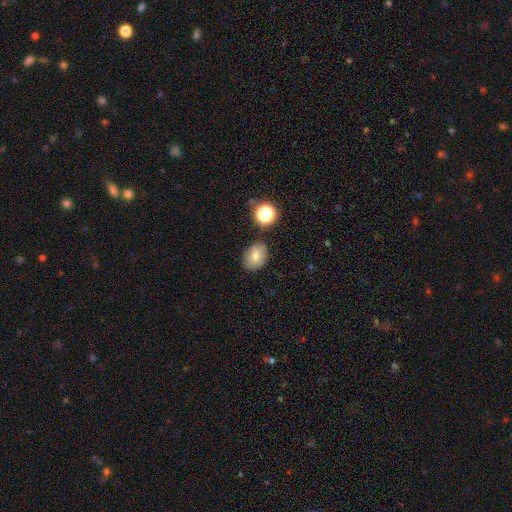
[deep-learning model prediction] Morphology: type=smooth (77%); roundness=in between (68%); merging=none (81%).